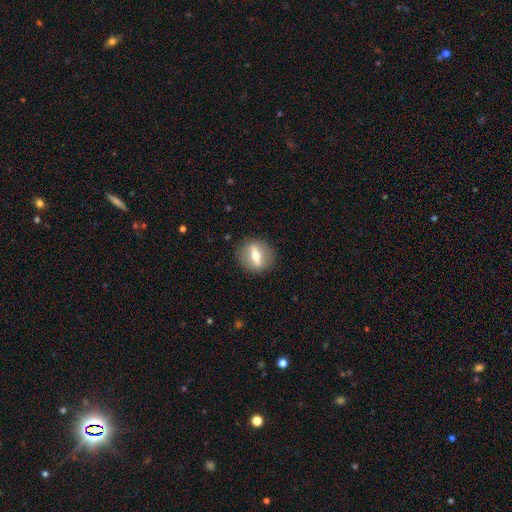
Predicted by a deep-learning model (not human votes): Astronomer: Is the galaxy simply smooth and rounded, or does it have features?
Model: featured or disk — 52% (runner-up: smooth, 40%).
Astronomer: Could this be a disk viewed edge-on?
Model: no — 58% (runner-up: yes, 42%).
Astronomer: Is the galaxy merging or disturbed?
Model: none — 88%.